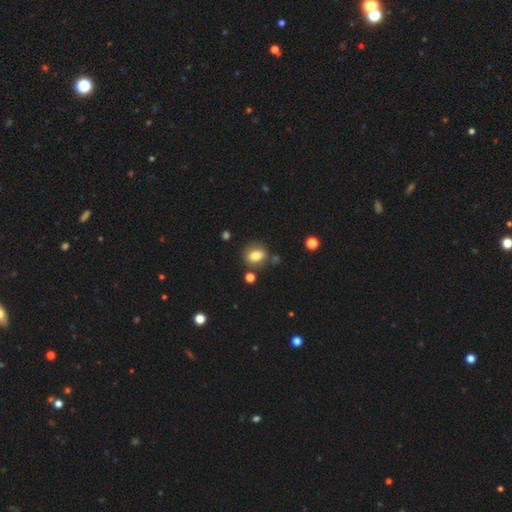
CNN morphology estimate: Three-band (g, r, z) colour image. It shows a smooth galaxy with no disk features (79%) that is in between round and cigar-shaped (61%). Merging: none (74%).